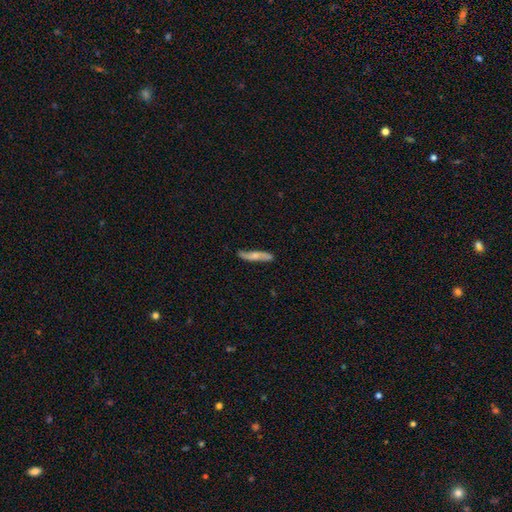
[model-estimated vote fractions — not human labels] Overall: smooth (50%; featured or disk 45%). Merging: none (77%).